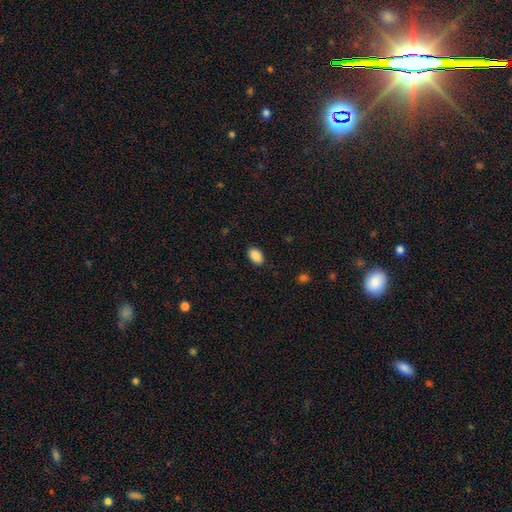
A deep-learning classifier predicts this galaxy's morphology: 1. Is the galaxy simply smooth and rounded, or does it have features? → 89% smooth, 7% star or artifact, 3% featured or disk.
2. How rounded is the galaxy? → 91% in between, 8% round, 1% cigar-shaped.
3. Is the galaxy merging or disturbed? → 88% none, 9% minor disturbance, 2% major disturbance, 1% merger.